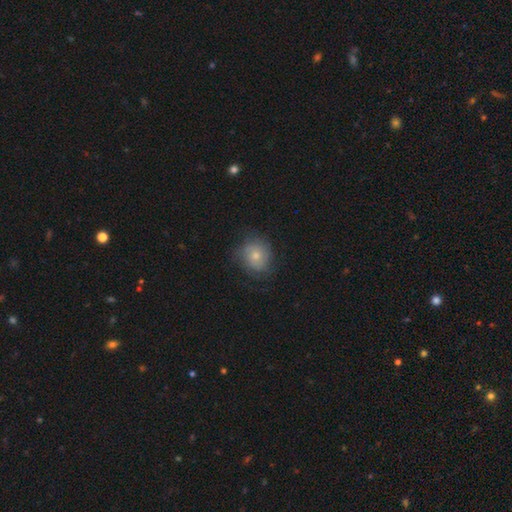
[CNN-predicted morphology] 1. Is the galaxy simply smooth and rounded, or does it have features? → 61% smooth, 30% featured or disk, 9% star or artifact.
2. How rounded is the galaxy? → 78% round, 21% in between, 1% cigar-shaped.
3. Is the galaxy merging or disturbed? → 70% none, 20% minor disturbance, 9% major disturbance, 1% merger.